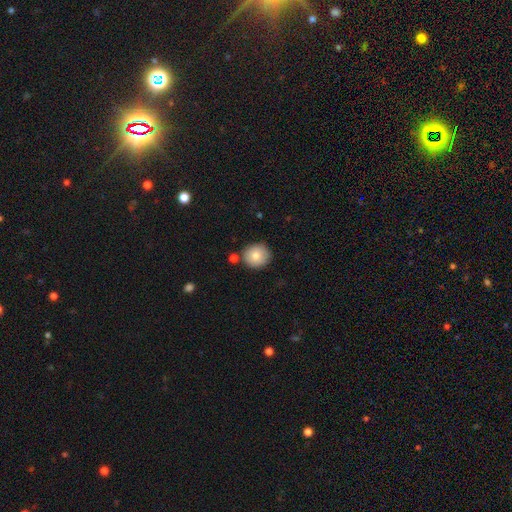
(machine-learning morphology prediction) This is clearly a smooth galaxy (82%). How rounded: clearly round (86%). Merging: likely none (80%).